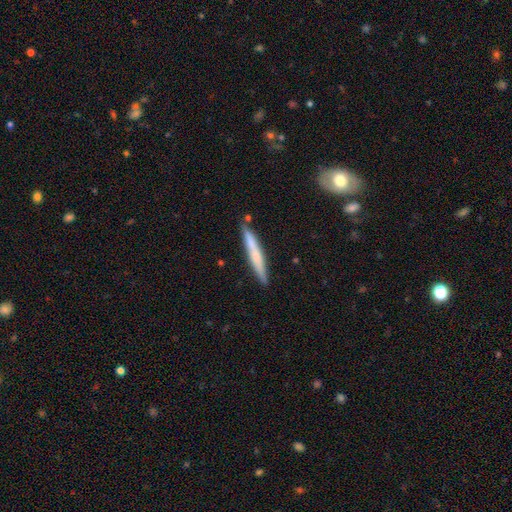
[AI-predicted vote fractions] This appears to be a smooth galaxy with no disk features (61%) that is cigar-shaped (96%). Merging: none (86%).